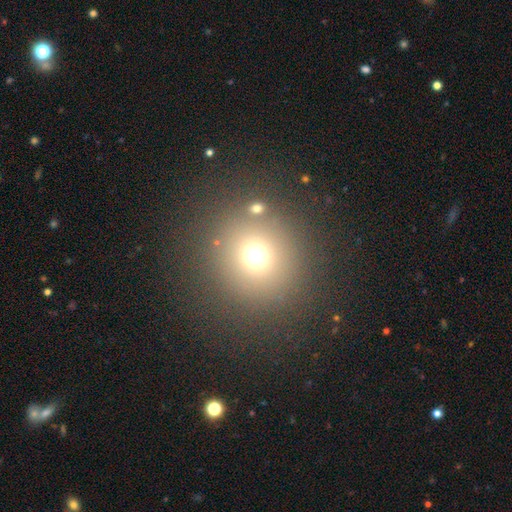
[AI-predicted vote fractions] Morphology: type=smooth (68%); roundness=round (92%); merging=none (83%).